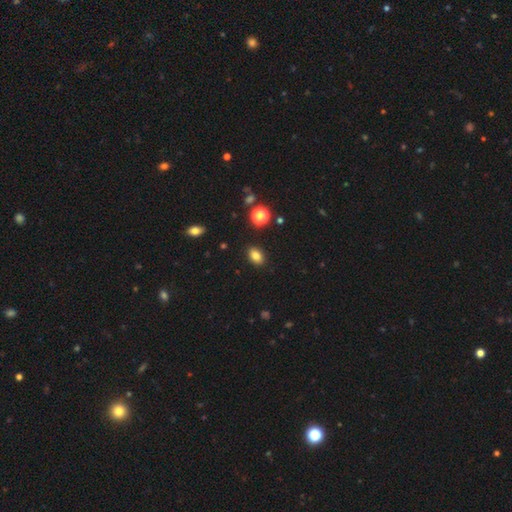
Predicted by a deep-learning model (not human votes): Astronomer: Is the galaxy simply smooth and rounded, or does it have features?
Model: smooth — 81%.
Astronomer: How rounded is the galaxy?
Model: in between — 79%.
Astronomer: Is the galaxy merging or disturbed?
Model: none — 88%.